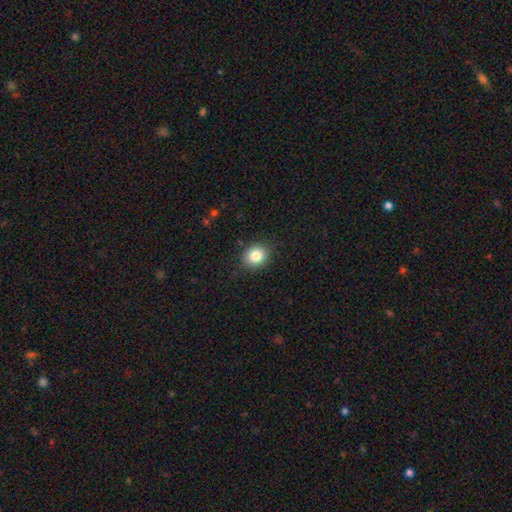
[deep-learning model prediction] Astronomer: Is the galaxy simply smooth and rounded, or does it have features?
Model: smooth — 84%.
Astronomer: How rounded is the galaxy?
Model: round — 69%.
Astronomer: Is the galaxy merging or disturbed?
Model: none — 87%.